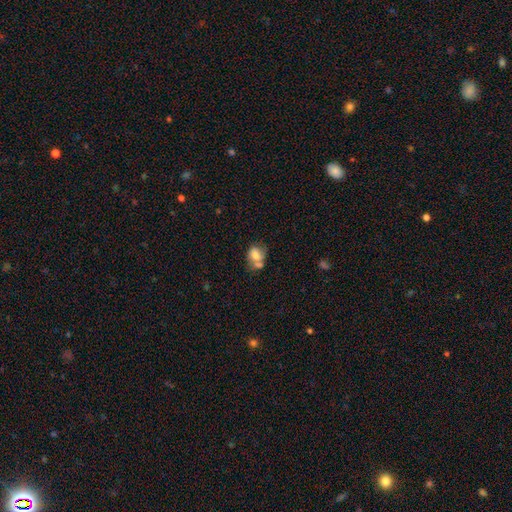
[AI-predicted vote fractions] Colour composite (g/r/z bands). It shows a smooth galaxy with no disk features (68%) that is in between round and cigar-shaped (55%). Merging: merger (40%).